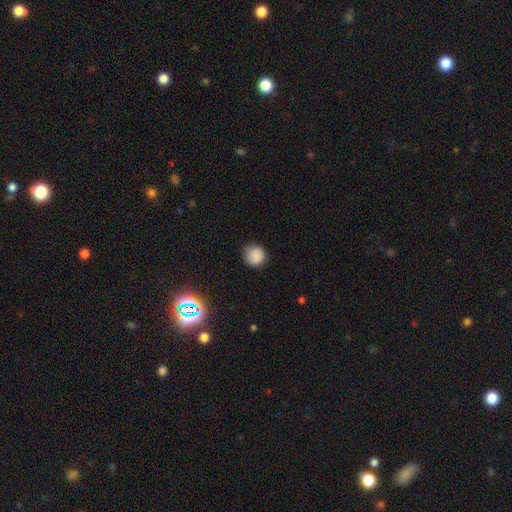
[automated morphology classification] Q: Smooth or featured?
A: smooth (84%); runner-up: star or artifact (11%)
Q: How rounded?
A: round (91%); runner-up: in between (8%)
Q: Merging?
A: none (83%); runner-up: minor disturbance (13%)